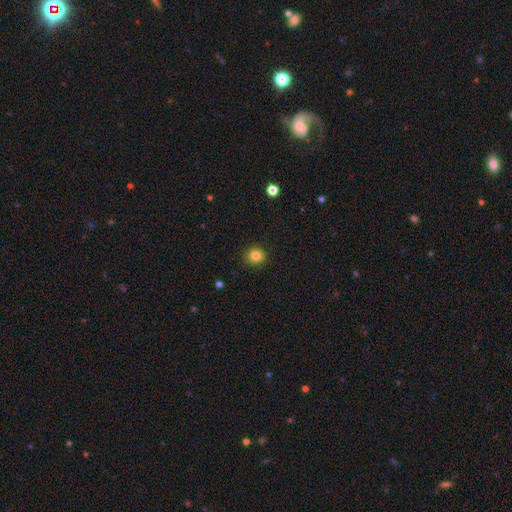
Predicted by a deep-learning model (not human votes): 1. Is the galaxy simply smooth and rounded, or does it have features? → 83% smooth, 11% star or artifact, 5% featured or disk.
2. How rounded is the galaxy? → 85% round, 14% in between, 1% cigar-shaped.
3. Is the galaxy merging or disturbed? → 88% none, 9% minor disturbance, 2% major disturbance, 1% merger.